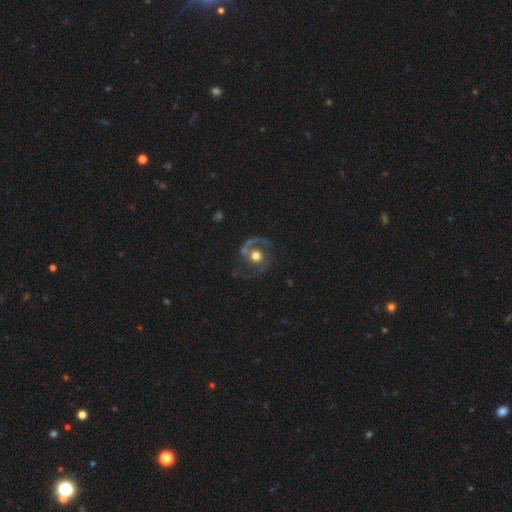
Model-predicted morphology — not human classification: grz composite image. It shows a featured or disk galaxy (78%) with no bar (75%), 2 (73%) medium (51%) spiral arms (87%) and a moderate central bulge (61%). Merging: none (66%).